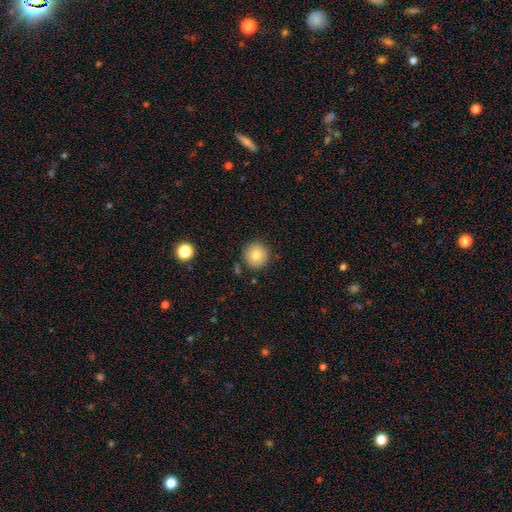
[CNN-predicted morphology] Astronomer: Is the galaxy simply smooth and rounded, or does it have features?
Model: smooth — 81%.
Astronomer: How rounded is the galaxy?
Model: round — 96%.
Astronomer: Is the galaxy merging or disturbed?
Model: none — 88%.